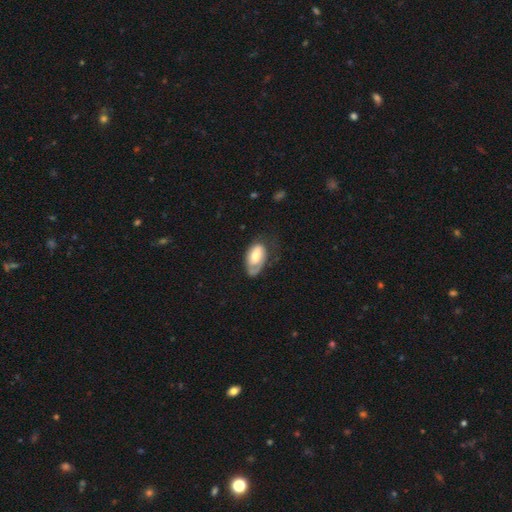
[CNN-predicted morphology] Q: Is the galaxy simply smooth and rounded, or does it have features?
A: smooth — 47%, tied with featured or disk.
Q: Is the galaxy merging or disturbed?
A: none — 45%.